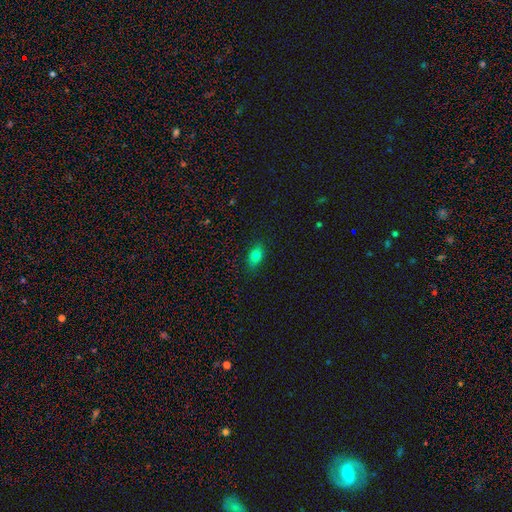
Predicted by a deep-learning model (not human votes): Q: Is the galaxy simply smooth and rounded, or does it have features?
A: smooth — 79%.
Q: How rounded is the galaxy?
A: in between — 83%.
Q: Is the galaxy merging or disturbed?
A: none — 85%.